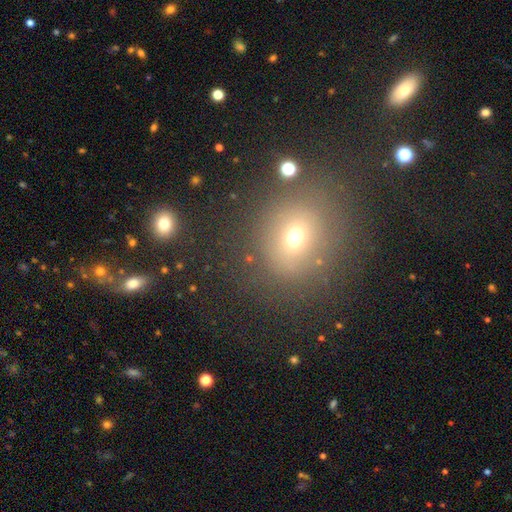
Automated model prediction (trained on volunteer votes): Overall: smooth (57%; star or artifact 30%). How rounded: round (69%; in between 29%). Merging: none (81%).